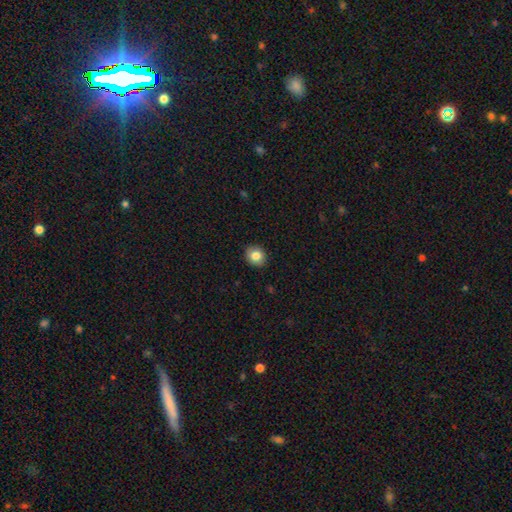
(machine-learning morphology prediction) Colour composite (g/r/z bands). It shows a smooth galaxy with no disk features (83%) that is round (75%). Merging: none (91%).